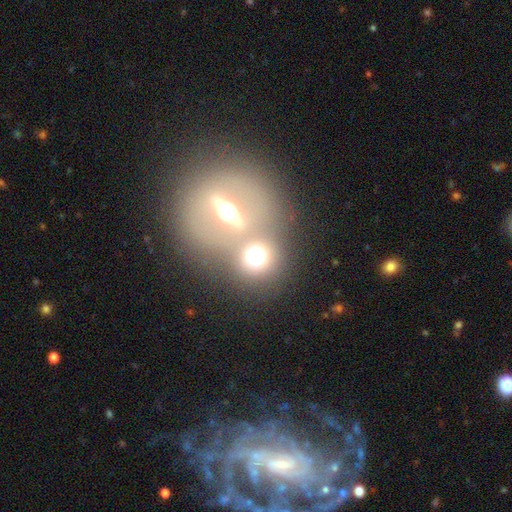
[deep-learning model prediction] Smooth or featured?
  - smooth: 59% *
  - featured or disk: 22%
  - star or artifact: 19%
How rounded?
  - round: 80% *
  - in between: 18%
  - cigar-shaped: 2%
Merging?
  - merger: 49% *
  - none: 40%
  - minor disturbance: 6%
  - major disturbance: 5%